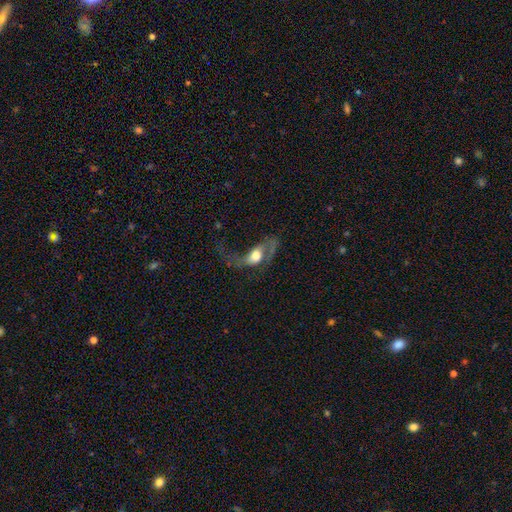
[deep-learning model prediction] This is possibly a featured or disk galaxy (56%). It is clearly not viewed edge-on (86%). Merging: possibly major disturbance (52%).